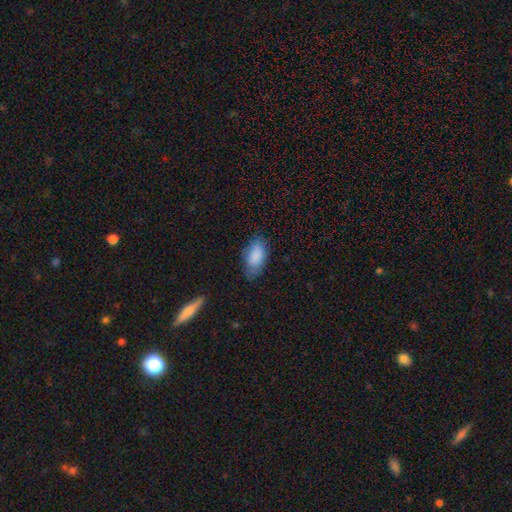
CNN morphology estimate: Smooth or featured? Predicted: smooth (p=0.85). How rounded? Predicted: in between (p=0.93). Merging? Predicted: none (p=0.70).